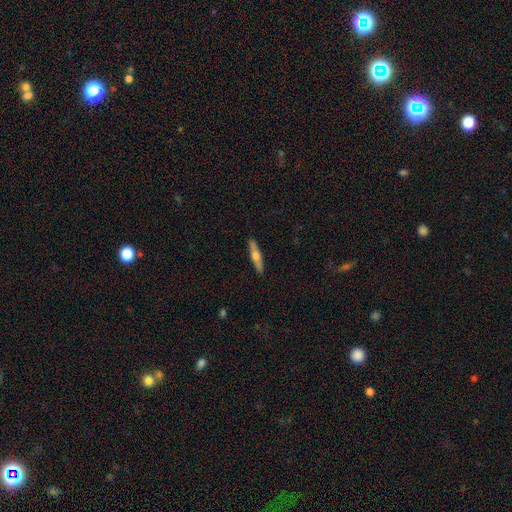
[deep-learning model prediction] Morphology: type=featured or disk (50%); merging=none (91%).